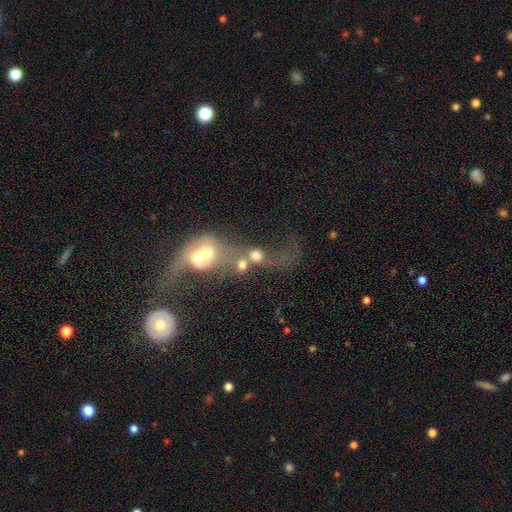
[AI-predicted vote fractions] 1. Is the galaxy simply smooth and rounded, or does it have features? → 57% smooth, 28% featured or disk, 15% star or artifact.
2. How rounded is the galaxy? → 67% round, 31% in between, 2% cigar-shaped.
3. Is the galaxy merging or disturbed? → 66% merger, 15% major disturbance, 14% none, 5% minor disturbance.